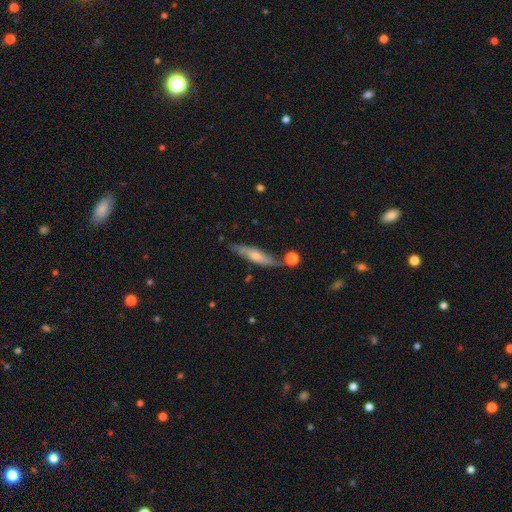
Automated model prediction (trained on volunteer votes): Smooth or featured?
  - featured or disk: 56% *
  - smooth: 36%
  - star or artifact: 7%
Edge-on disk?
  - yes: 65% *
  - no: 35%
Merging?
  - none: 71% *
  - minor disturbance: 18%
  - merger: 6%
  - major disturbance: 5%